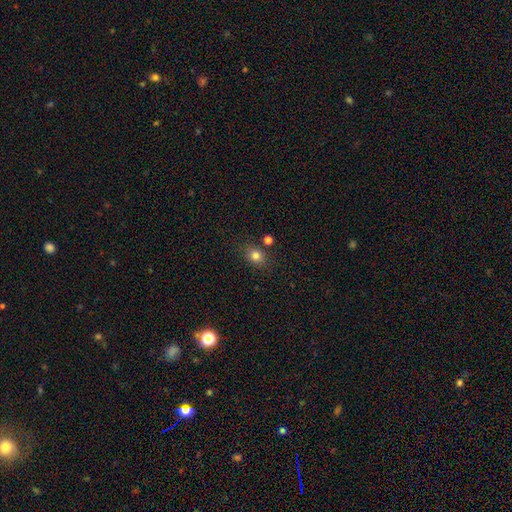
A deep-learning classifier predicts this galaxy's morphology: The model was most divided on "how rounded": round: 61%, in between: 38%, cigar-shaped: 1%. More confident: smooth or featured — smooth (80%); merging — none (79%).